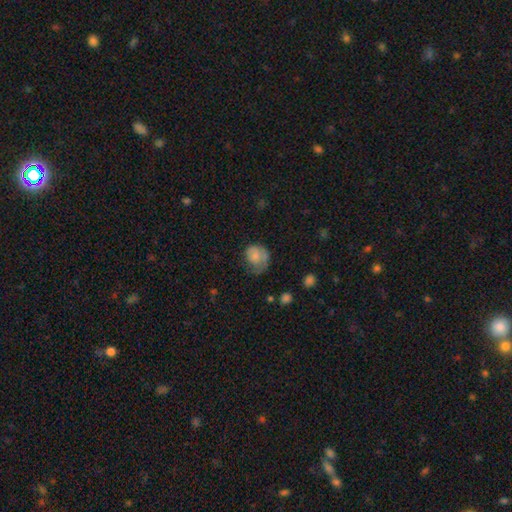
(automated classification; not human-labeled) Smooth or featured: smooth — 68% (featured or disk — 24%)
How rounded: round — 61% (in between — 38%)
Merging: none — 35% (minor disturbance — 32%)